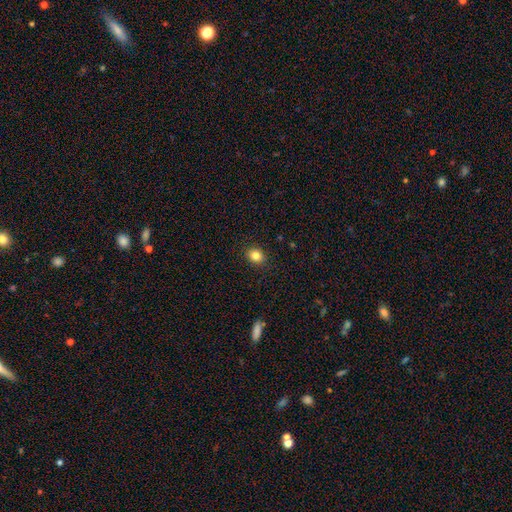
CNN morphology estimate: smooth_or_featured: smooth (p=0.84) [alt: star or artifact p=0.11]
how_rounded: round (p=0.65) [alt: in between p=0.34]
merging: none (p=0.91) [alt: minor disturbance p=0.07]